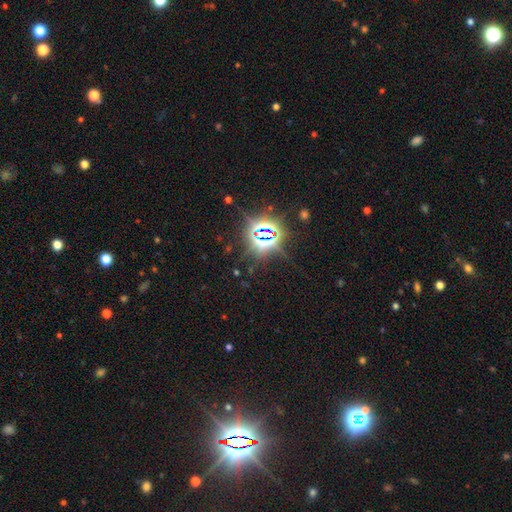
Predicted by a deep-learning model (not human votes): Q: Smooth or featured?
A: star or artifact (82%); runner-up: smooth (12%)